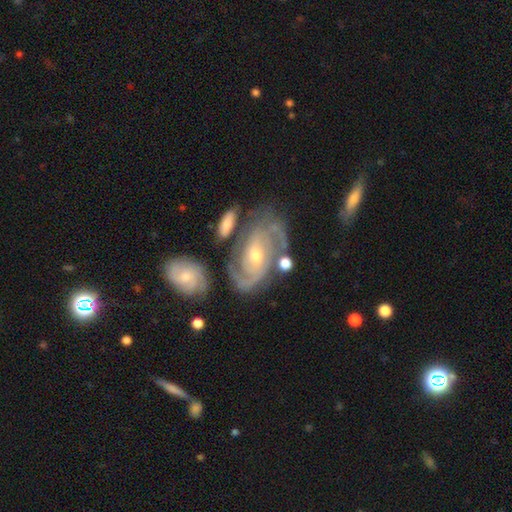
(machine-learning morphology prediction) Smooth or featured?
  - featured or disk: 87% *
  - star or artifact: 7%
  - smooth: 7%
Edge-on disk?
  - no: 96% *
  - yes: 4%
Bar?
  - no: 53% *
  - weak: 34%
  - strong: 12%
Spiral arms?
  - yes: 95% *
  - no: 5%
Spiral winding?
  - tight: 53% *
  - medium: 38%
  - loose: 9%
Spiral arm count?
  - 2: 53% *
  - can't tell: 19%
  - 3: 16%
  - 4: 4%
  - 1: 4%
  - more than 4: 4%
Bulge size?
  - moderate: 49% *
  - small: 47%
  - large: 2%
  - none: 1%
  - dominant: 1%
Merging?
  - none: 62% *
  - minor disturbance: 18%
  - merger: 11%
  - major disturbance: 9%